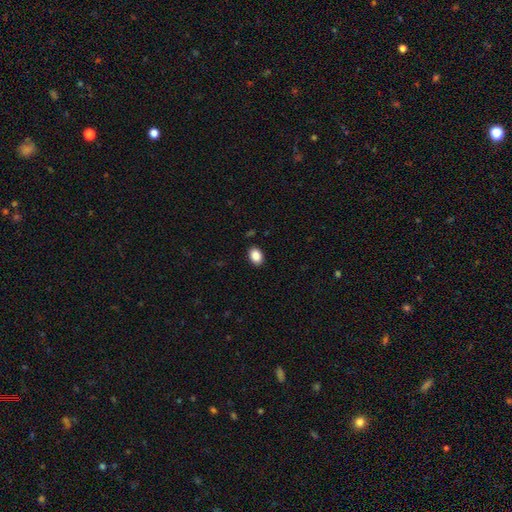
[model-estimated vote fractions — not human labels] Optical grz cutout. It shows a smooth galaxy with no disk features (89%) that is in between round and cigar-shaped (77%). Merging: none (89%).